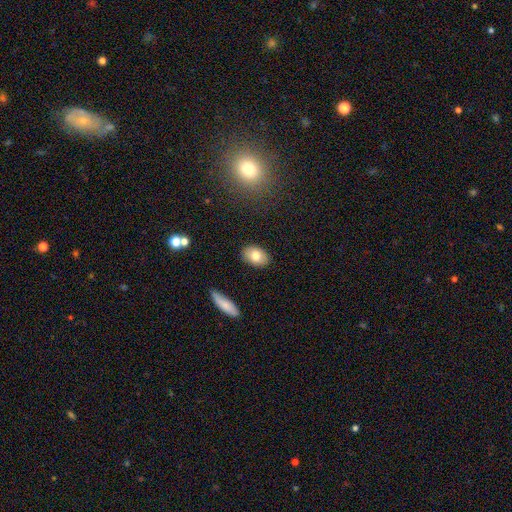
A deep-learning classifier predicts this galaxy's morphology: This is likely a smooth galaxy (77%). How rounded: clearly in between (84%). Merging: clearly none (88%).